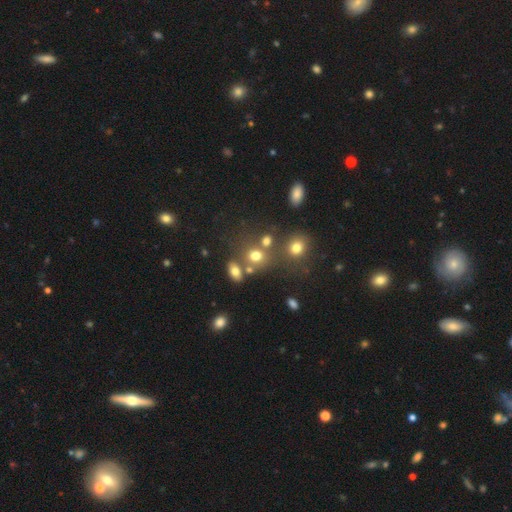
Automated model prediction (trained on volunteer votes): The model was most divided on "merging": none: 51%, merger: 30%, minor disturbance: 12%, major disturbance: 7%. More confident: smooth or featured — smooth (70%); how rounded — round (67%).